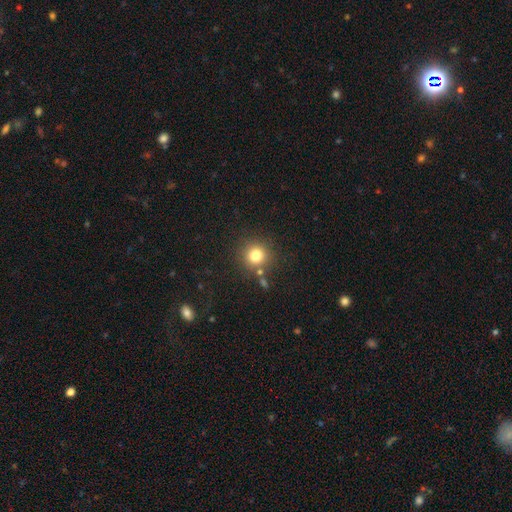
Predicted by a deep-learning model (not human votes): A smooth galaxy with no disk features (80%) that is round (92%).

Vote fractions:
- Smooth or featured? smooth: 80% / star or artifact: 13% / featured or disk: 7%
- How rounded? round: 92% / in between: 7% / cigar-shaped: 1%
- Merging? none: 81% / minor disturbance: 9% / merger: 6% / major disturbance: 4%